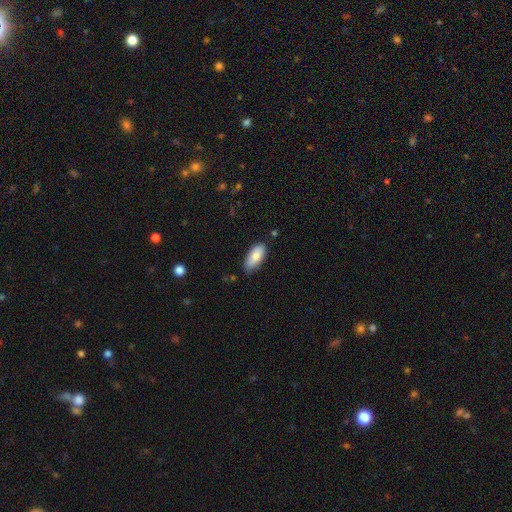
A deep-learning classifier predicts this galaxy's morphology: This is clearly a smooth galaxy (84%). How rounded: clearly in between (88%). Merging: likely none (77%).